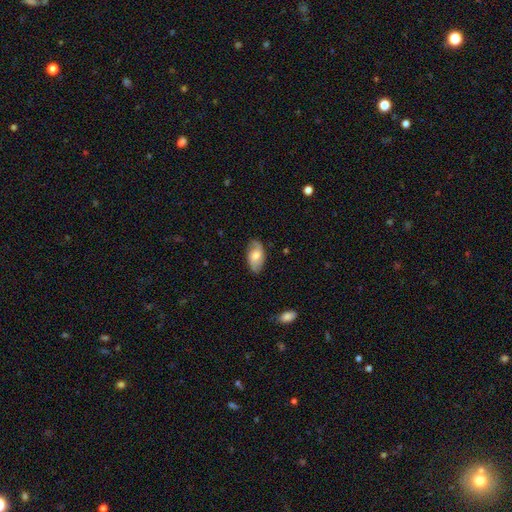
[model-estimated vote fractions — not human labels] Smooth or featured? smooth (55%)
How rounded? in between (93%)
Merging? none (78%)